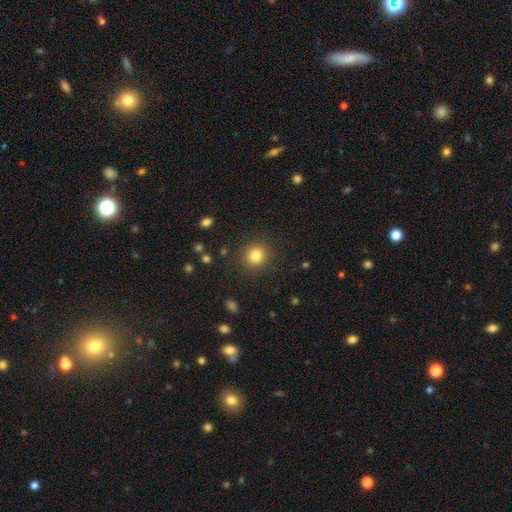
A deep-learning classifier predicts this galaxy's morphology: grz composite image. It shows a smooth galaxy with no disk features (82%) that is round (90%). Merging: none (89%).